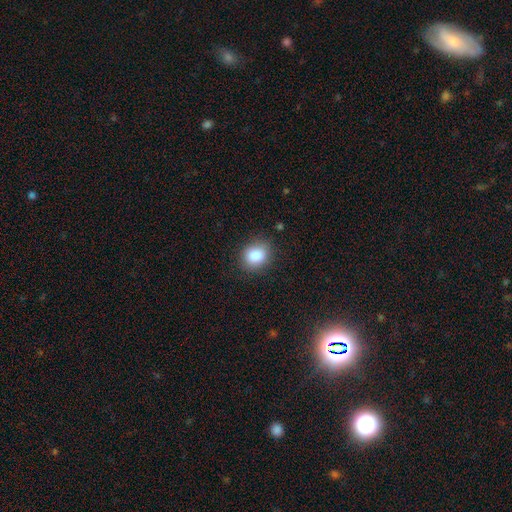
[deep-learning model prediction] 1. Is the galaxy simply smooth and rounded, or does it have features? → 85% smooth, 10% star or artifact, 6% featured or disk.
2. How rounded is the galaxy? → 58% round, 41% in between, 1% cigar-shaped.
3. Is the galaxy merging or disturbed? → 84% none, 12% minor disturbance, 3% major disturbance, 1% merger.